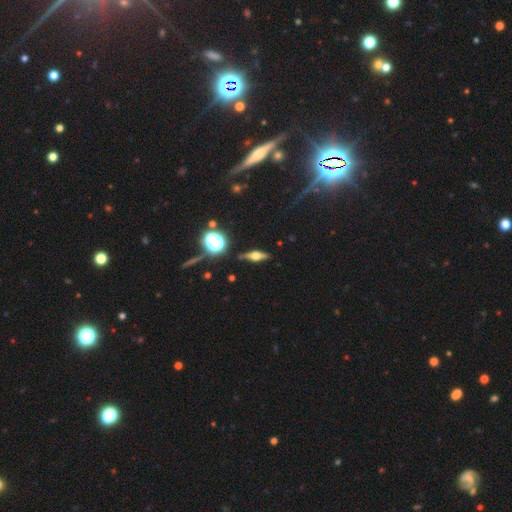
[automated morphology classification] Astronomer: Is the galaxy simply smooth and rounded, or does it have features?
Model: featured or disk — 60%.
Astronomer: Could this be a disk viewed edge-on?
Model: yes — 93%.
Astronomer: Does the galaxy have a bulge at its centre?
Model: rounded — 93%.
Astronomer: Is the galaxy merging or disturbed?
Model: none — 85%.